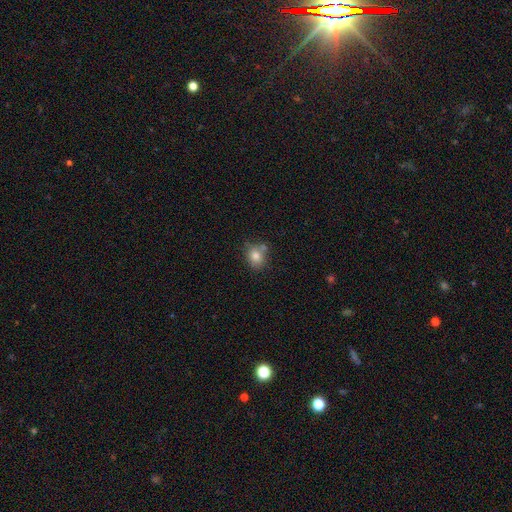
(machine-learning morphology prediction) This appears to be a smooth galaxy with no disk features (80%) that is round (57%). Merging: none (61%).